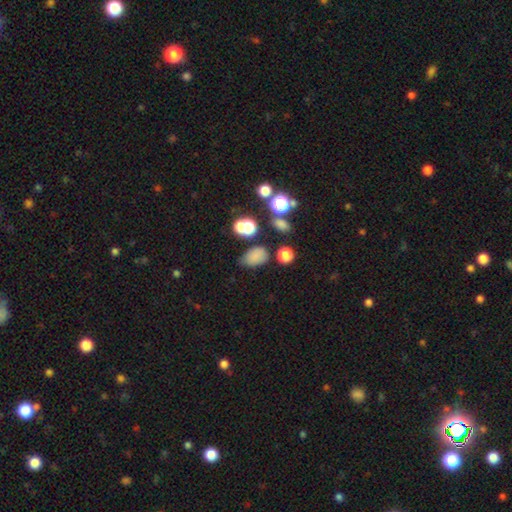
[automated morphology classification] A smooth galaxy with no disk features (75%) that is in between round and cigar-shaped (81%). Merging: none (60%).